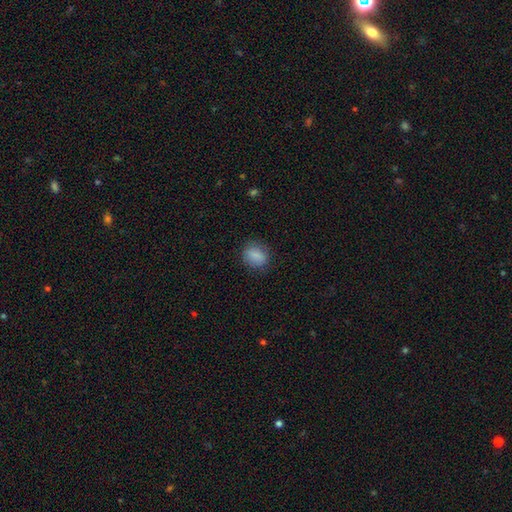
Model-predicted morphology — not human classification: Smooth or featured? smooth (86%)
How rounded? round (50%)
Merging? none (82%)